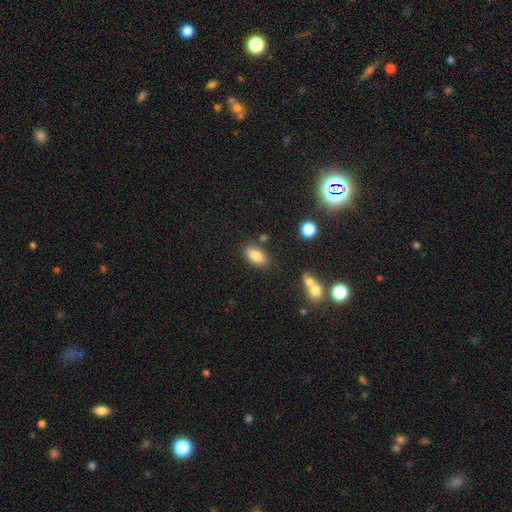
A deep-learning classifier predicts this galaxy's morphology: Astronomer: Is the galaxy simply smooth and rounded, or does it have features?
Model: smooth — 83%.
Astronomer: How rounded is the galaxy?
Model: in between — 89%.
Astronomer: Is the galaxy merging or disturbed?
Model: none — 79%.